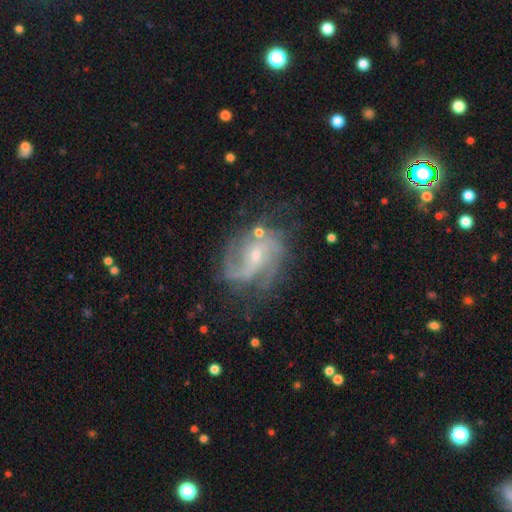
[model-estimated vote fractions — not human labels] Smooth or featured?
  - featured or disk: 87% *
  - star or artifact: 7%
  - smooth: 7%
Edge-on disk?
  - no: 97% *
  - yes: 3%
Bar?
  - no: 47% *
  - weak: 43%
  - strong: 10%
Spiral arms?
  - yes: 96% *
  - no: 4%
Spiral winding?
  - medium: 49% *
  - tight: 27%
  - loose: 24%
Spiral arm count?
  - 2: 56% *
  - 3: 16%
  - can't tell: 15%
  - 1: 5%
  - 4: 4%
  - more than 4: 4%
Bulge size?
  - small: 63% *
  - moderate: 32%
  - none: 2%
  - large: 1%
  - dominant: 1%
Merging?
  - none: 63% *
  - minor disturbance: 21%
  - major disturbance: 13%
  - merger: 4%